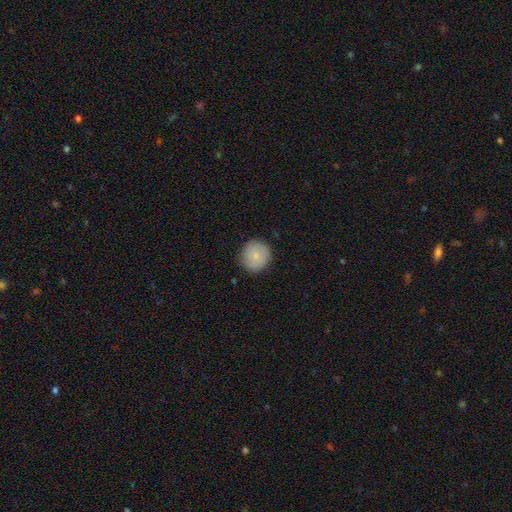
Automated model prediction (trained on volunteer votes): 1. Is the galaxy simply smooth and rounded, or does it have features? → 81% smooth, 12% featured or disk, 6% star or artifact.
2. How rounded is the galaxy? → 92% round, 7% in between, 1% cigar-shaped.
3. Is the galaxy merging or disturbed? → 86% none, 10% minor disturbance, 2% major disturbance, 1% merger.